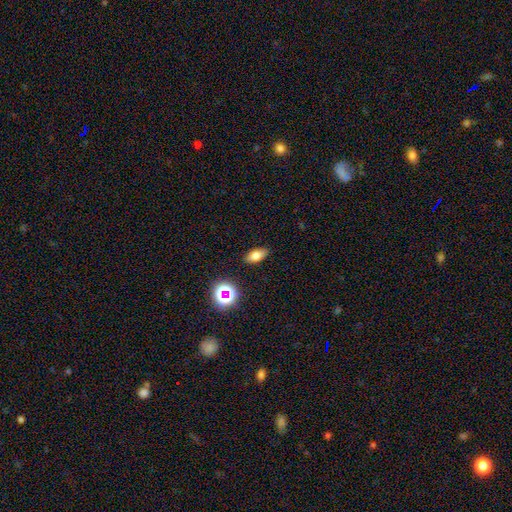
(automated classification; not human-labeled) A smooth galaxy with no disk features (71%) that is in between round and cigar-shaped (80%).

Vote fractions:
- Smooth or featured? smooth: 71% / featured or disk: 15% / star or artifact: 14%
- How rounded? in between: 80% / cigar-shaped: 12% / round: 8%
- Merging? none: 88% / minor disturbance: 9% / major disturbance: 2% / merger: 1%